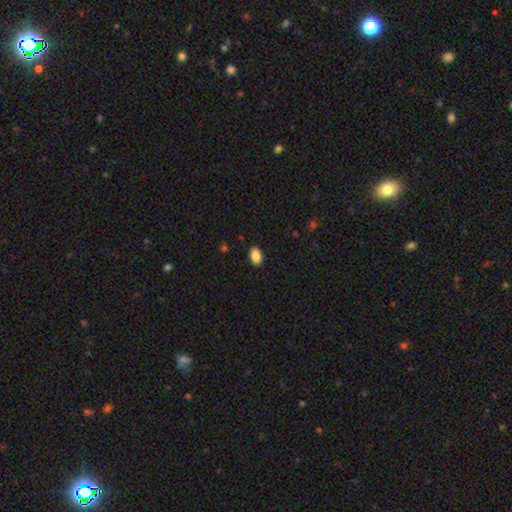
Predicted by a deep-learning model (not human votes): Smooth or featured? Predicted: smooth (p=0.86). How rounded? Predicted: in between (p=0.88). Merging? Predicted: none (p=0.89).